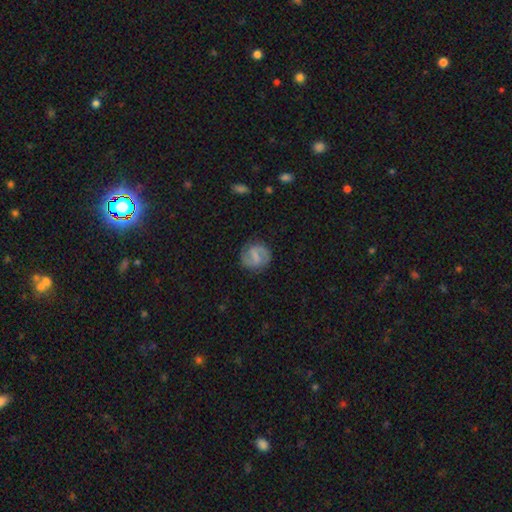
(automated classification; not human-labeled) A featured or disk galaxy (71%) with a weak bar (45%), 2 (89%) medium (50%) spiral arms (91%) and no central bulge (54%).

Vote fractions:
- Smooth or featured? featured or disk: 71% / smooth: 22% / star or artifact: 7%
- Edge-on disk? no: 98% / yes: 2%
- Bar? weak: 45% / strong: 42% / no: 14%
- Spiral arms? yes: 91% / no: 9%
- Spiral winding? medium: 50% / loose: 25% / tight: 24%
- Spiral arm count? 2: 89% / can't tell: 5% / 1: 3% / 3: 1% / 4: 1% / more than 4: 1%
- Bulge size? none: 54% / small: 28% / moderate: 14% / large: 3% / dominant: 1%
- Merging? none: 82% / minor disturbance: 12% / major disturbance: 5% / merger: 1%